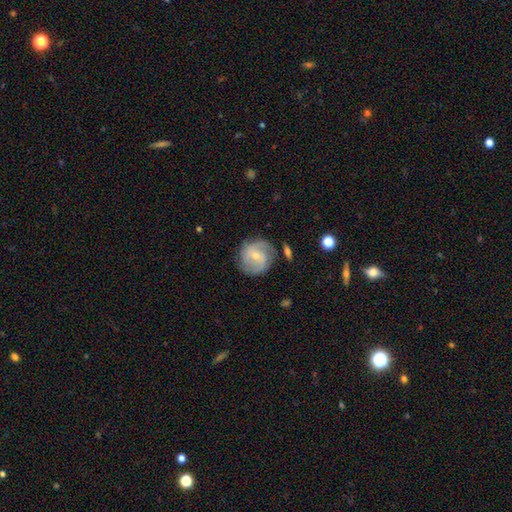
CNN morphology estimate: Overall: featured or disk (74%). Edge-on disk: no (97%). Bar: weak (45%; no 44%). Spiral arms: yes (92%). Spiral arm count: 2 (63%). Spiral winding: medium (45%; tight 36%). Bulge size: small (63%; moderate 33%). Merging: none (72%).